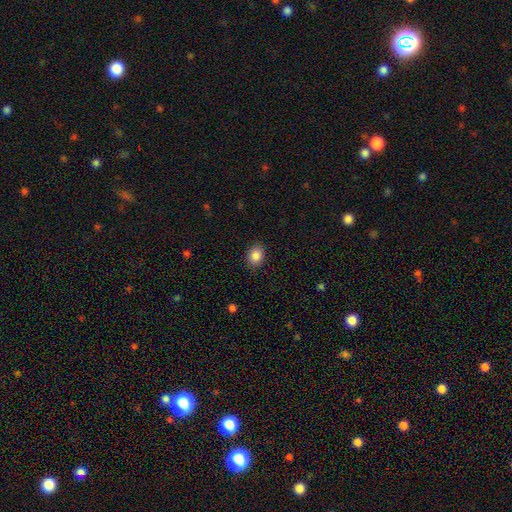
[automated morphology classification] Overall: smooth (88%). How rounded: in between (56%; round 43%). Merging: none (88%).